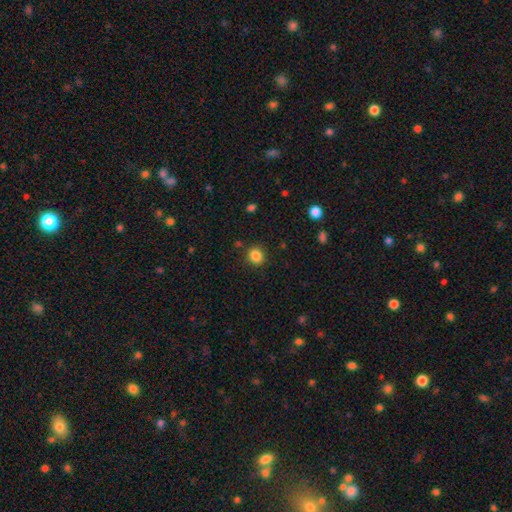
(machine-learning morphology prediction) Smooth or featured? Predicted: smooth (p=0.85). How rounded? Predicted: round (p=0.78). Merging? Predicted: none (p=0.86).